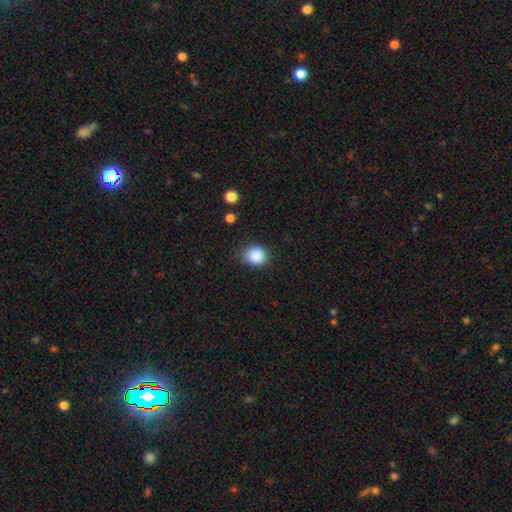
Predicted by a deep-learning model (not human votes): Morphology: type=smooth (88%); roundness=round (72%); merging=none (83%).